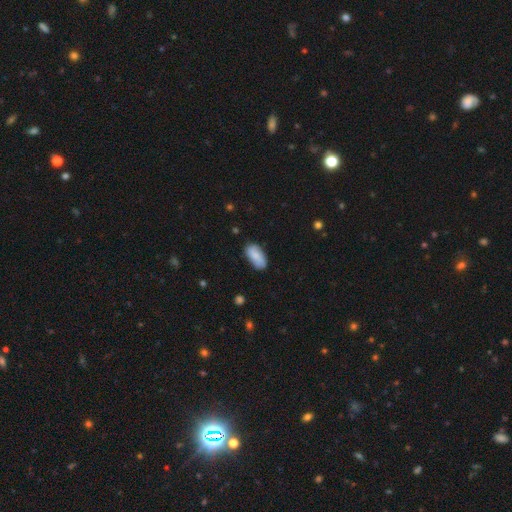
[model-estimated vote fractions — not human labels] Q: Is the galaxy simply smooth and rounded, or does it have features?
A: smooth — 86%.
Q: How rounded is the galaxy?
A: in between — 92%.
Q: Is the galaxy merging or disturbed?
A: none — 75%.